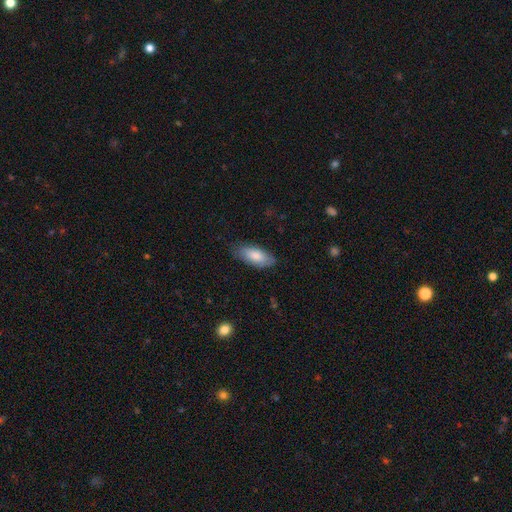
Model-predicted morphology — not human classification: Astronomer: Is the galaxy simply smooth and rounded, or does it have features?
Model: smooth — 80%.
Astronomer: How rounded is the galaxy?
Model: in between — 85%.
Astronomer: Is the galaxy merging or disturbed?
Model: none — 75%.